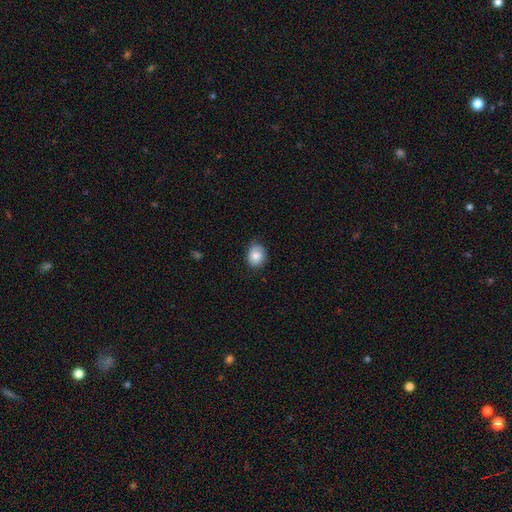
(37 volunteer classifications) Volunteers were most divided on "how rounded": round: 59%, in between: 41%, cigar-shaped: 0%. More confident: smooth or featured — smooth (92%); merging — none (84%).